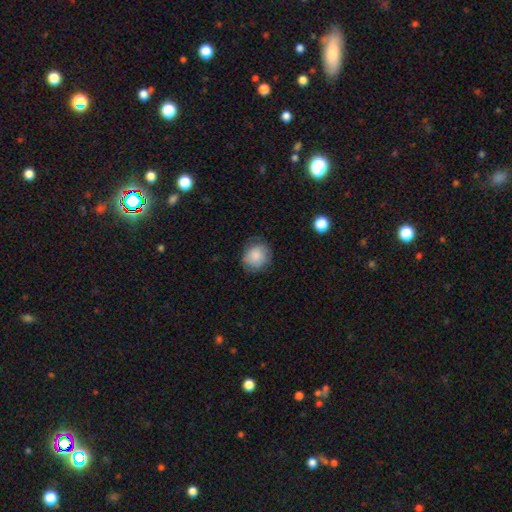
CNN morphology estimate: Smooth or featured: smooth — 83% (featured or disk — 9%)
How rounded: round — 73% (in between — 27%)
Merging: none — 74% (minor disturbance — 19%)